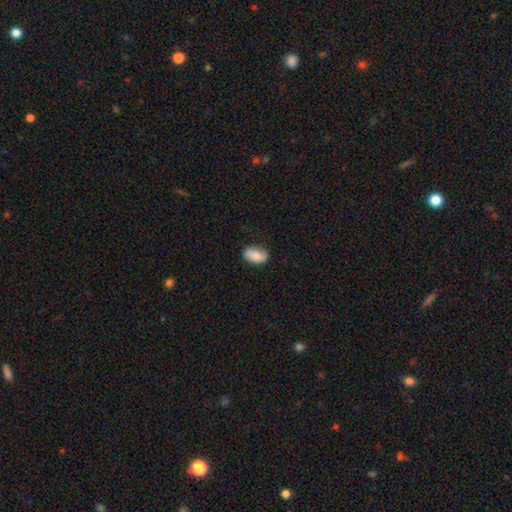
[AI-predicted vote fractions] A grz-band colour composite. It shows a smooth galaxy with no disk features (72%) that is in between round and cigar-shaped (89%). Merging: none (80%).